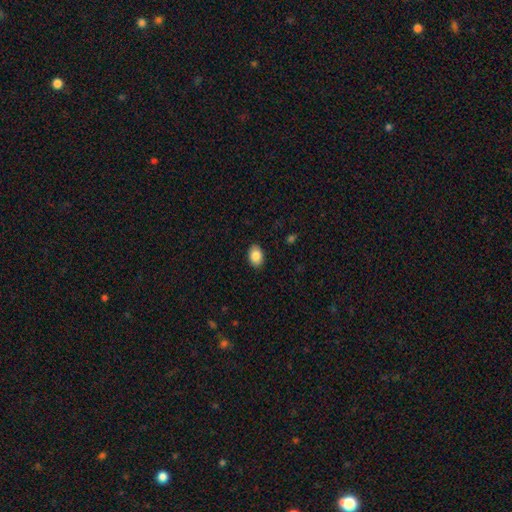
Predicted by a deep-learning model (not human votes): This is clearly a smooth galaxy (88%). How rounded: clearly in between (82%). Merging: clearly none (89%).